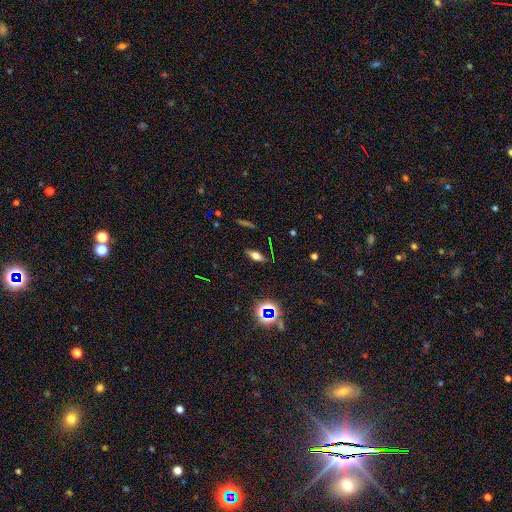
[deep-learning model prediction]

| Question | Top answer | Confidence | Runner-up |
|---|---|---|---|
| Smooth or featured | smooth | 53% | featured or disk (27%) |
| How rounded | in between | 64% | cigar-shaped (30%) |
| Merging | none | 84% | minor disturbance (11%) |